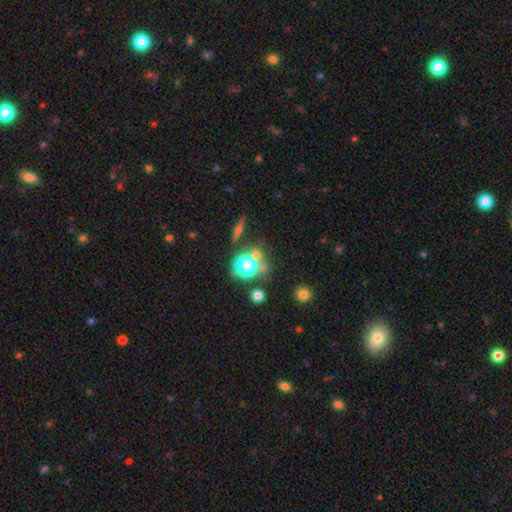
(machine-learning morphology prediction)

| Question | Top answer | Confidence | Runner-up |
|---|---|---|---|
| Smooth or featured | smooth | 49% | star or artifact (37%) |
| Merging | none | 61% | merger (21%) |